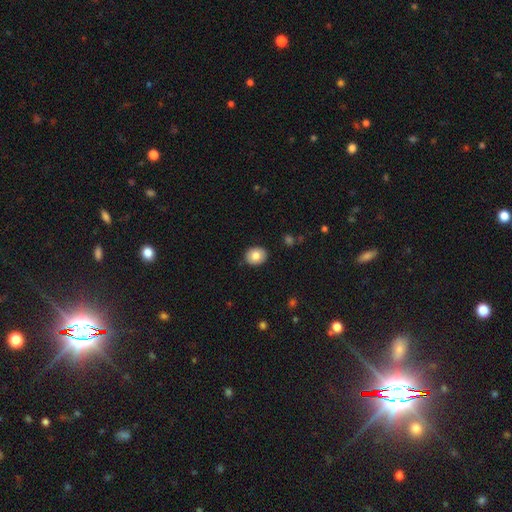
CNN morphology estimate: This appears to be a smooth galaxy with no disk features (81%) that is round (59%). Merging: none (89%).